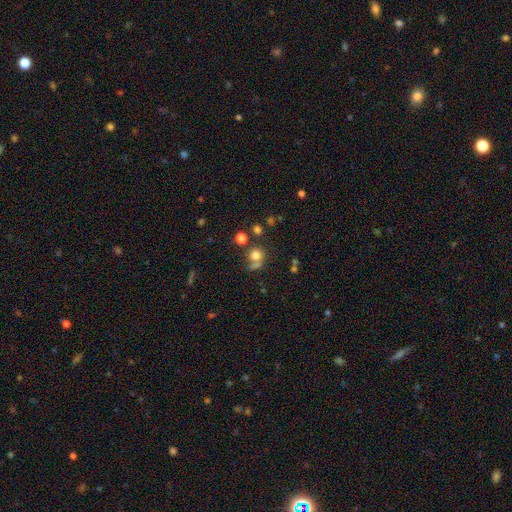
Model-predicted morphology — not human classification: smooth_or_featured: smooth (p=0.74) [alt: star or artifact p=0.14]
how_rounded: round (p=0.87) [alt: in between p=0.12]
merging: none (p=0.56) [alt: merger p=0.21]